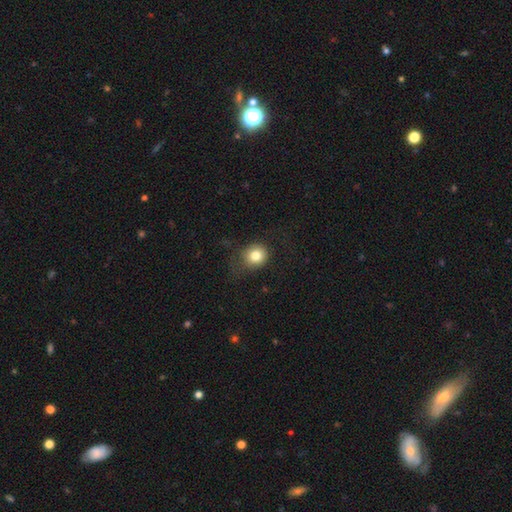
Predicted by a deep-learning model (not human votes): smooth_or_featured: smooth (p=0.80) [alt: star or artifact p=0.10]
how_rounded: round (p=0.83) [alt: in between p=0.16]
merging: none (p=0.67) [alt: minor disturbance p=0.20]